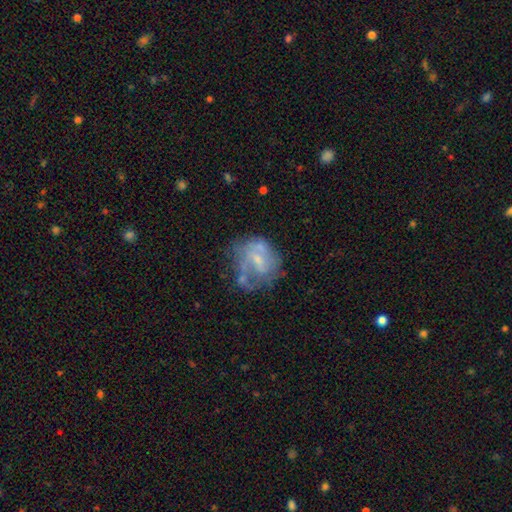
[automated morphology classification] Overall: featured or disk (60%; smooth 30%). Edge-on disk: no (97%). Bar: no (59%; weak 34%). Spiral arms: no (53%; yes 47%). Bulge size: small (55%; moderate 26%). Merging: none (42%; minor disturbance 24%).